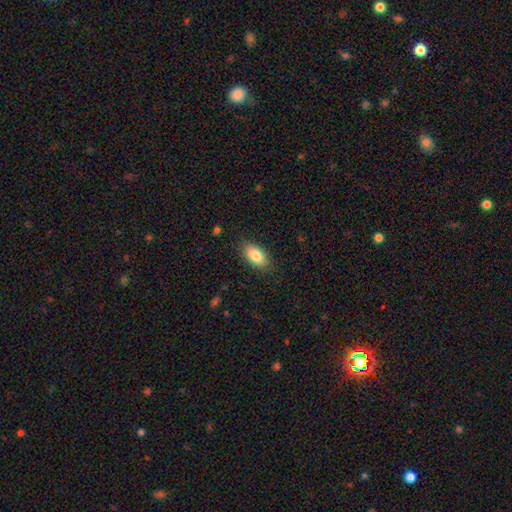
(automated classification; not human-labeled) Smooth or featured? Predicted: smooth (p=0.85). How rounded? Predicted: in between (p=0.92). Merging? Predicted: none (p=0.86).